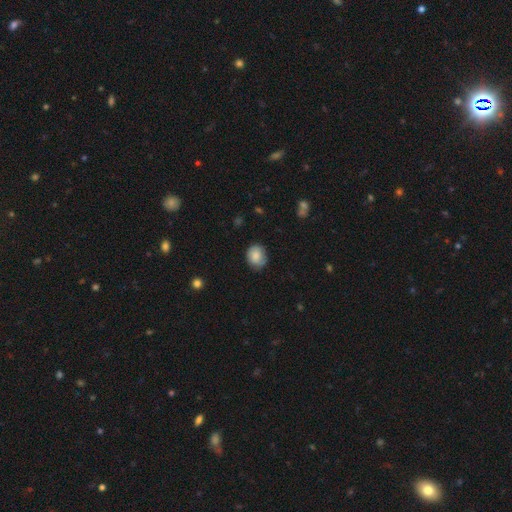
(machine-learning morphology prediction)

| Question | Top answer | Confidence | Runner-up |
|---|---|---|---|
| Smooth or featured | smooth | 79% | featured or disk (13%) |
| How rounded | round | 65% | in between (34%) |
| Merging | none | 73% | minor disturbance (21%) |